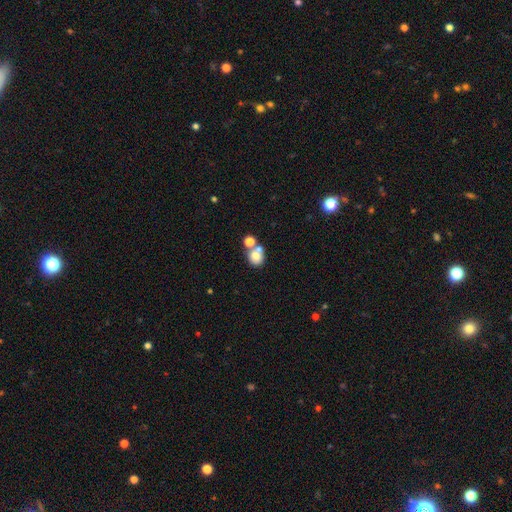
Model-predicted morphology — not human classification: Smooth or featured? Predicted: smooth (p=0.73). How rounded? Predicted: round (p=0.72). Merging? Predicted: merger (p=0.45).